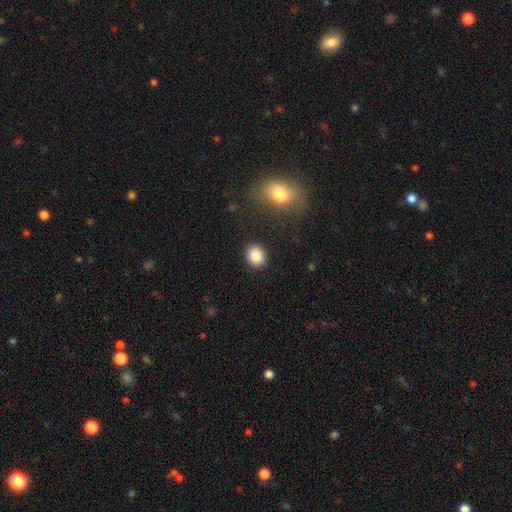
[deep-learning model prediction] Overall: smooth (87%). How rounded: round (60%; in between 39%). Merging: none (90%).